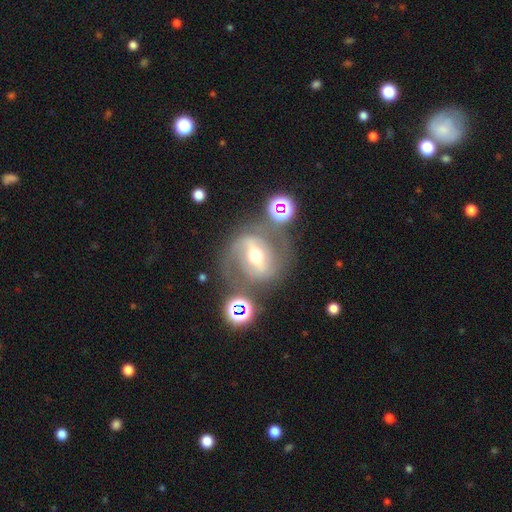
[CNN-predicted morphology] A featured or disk galaxy (75%) with a strong bar (57%), 2 (81%) medium (48%) spiral arms (77%) and a moderate central bulge (69%).

Vote fractions:
- Smooth or featured? featured or disk: 75% / smooth: 15% / star or artifact: 11%
- Edge-on disk? no: 93% / yes: 7%
- Bar? strong: 57% / weak: 30% / no: 13%
- Spiral arms? yes: 77% / no: 23%
- Spiral winding? medium: 48% / tight: 28% / loose: 24%
- Spiral arm count? 2: 81% / can't tell: 11% / 1: 4% / 3: 2% / 4: 1% / more than 4: 1%
- Bulge size? moderate: 69% / small: 21% / large: 8% / dominant: 1% / none: 1%
- Merging? none: 65% / minor disturbance: 15% / major disturbance: 11% / merger: 8%